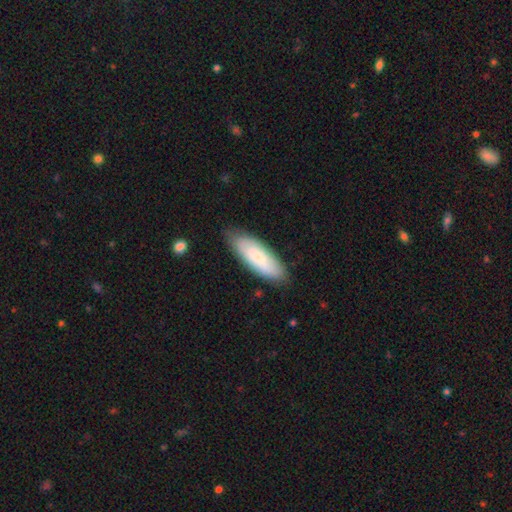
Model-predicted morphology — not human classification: The model was most divided on "how rounded": in between: 64%, cigar-shaped: 35%, round: 2%. More confident: merging — none (79%); smooth or featured — smooth (70%).